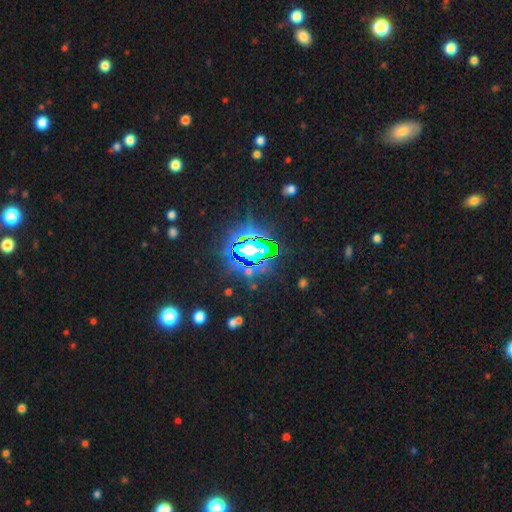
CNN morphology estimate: Smooth or featured?
  - star or artifact: 83% *
  - smooth: 9%
  - featured or disk: 8%